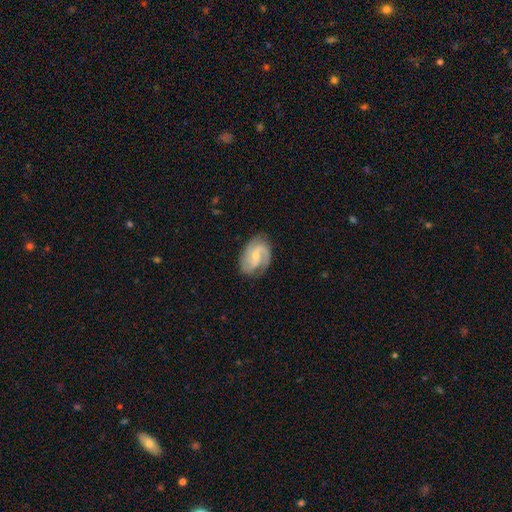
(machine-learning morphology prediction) Smooth or featured? featured or disk (82%)
Edge-on disk? no (97%)
Bar? weak (49%)
Spiral arms? yes (96%)
Spiral winding? medium (49%)
Spiral arm count? 2 (69%)
Bulge size? small (59%)
Merging? none (75%)